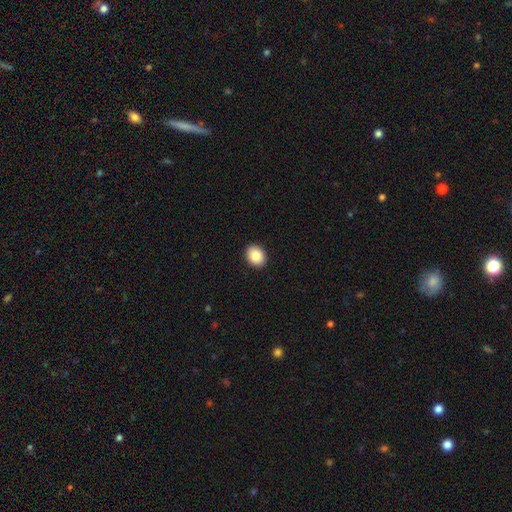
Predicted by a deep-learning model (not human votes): Q: Smooth or featured?
A: smooth (86%); runner-up: star or artifact (8%)
Q: How rounded?
A: in between (50%); runner-up: round (49%)
Q: Merging?
A: none (92%); runner-up: minor disturbance (6%)